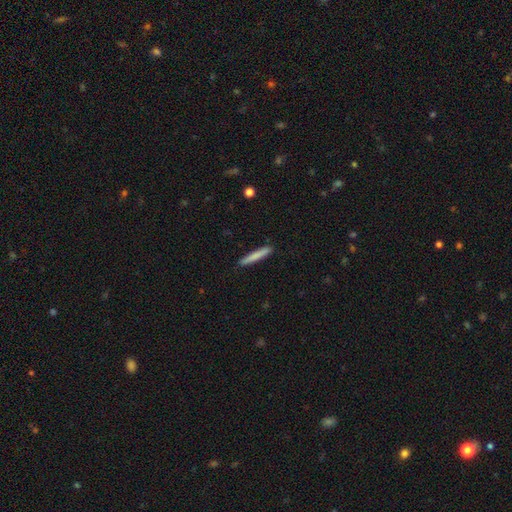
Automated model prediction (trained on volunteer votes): Morphology: type=smooth (79%); roundness=cigar-shaped (95%); merging=none (91%).